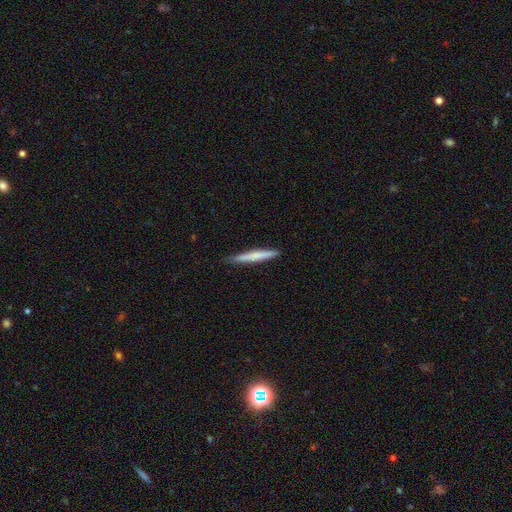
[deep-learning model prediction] smooth 62%, featured or disk 33%, star or artifact 5%. Down the decision tree: how rounded — cigar-shaped (96%); merging — none (88%).